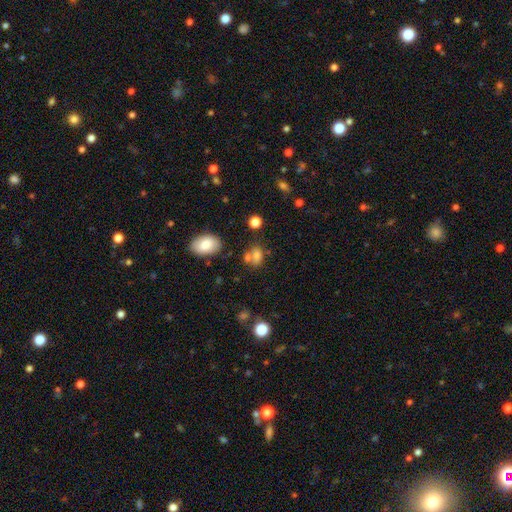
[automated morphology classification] Smooth or featured? smooth (75%)
How rounded? in between (72%)
Merging? none (49%)